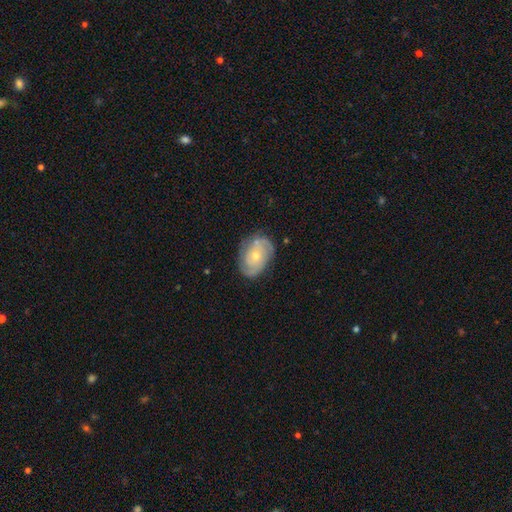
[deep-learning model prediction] smooth-or-featured: featured or disk: 71% | smooth: 23% | star or artifact: 6%
  disk-edge-on: no: 96% | yes: 4%
    bar: no: 78% | weak: 19% | strong: 3%
    has-spiral-arms: yes: 87% | no: 13%
      spiral-winding: tight: 54% | medium: 34% | loose: 12%
      spiral-arm-count: 2: 48% | can't tell: 27% | 3: 14% | 1: 4% | 4: 4% | more than 4: 3%
    bulge-size: small: 54% | moderate: 42% | large: 2% | none: 1% | dominant: 1%
  merging: none: 72% | minor disturbance: 20% | major disturbance: 6% | merger: 2%